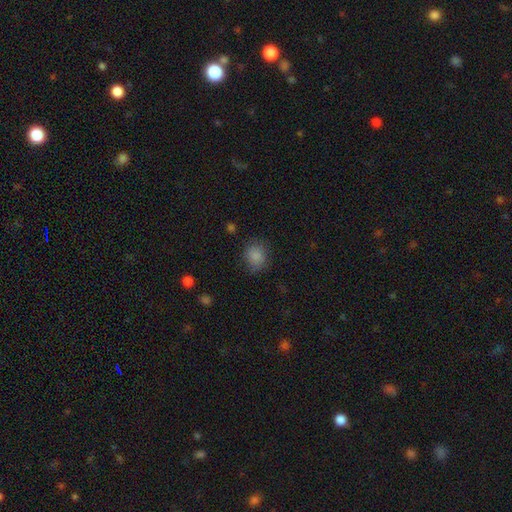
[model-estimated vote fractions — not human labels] Overall: smooth (85%). How rounded: round (68%; in between 31%). Merging: none (76%).